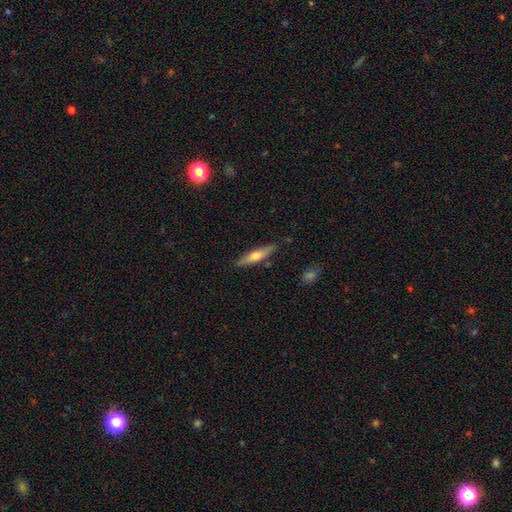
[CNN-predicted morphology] smooth 52%, featured or disk 42%, star or artifact 6%. Down the decision tree: how rounded — cigar-shaped (78%); merging — none (85%).